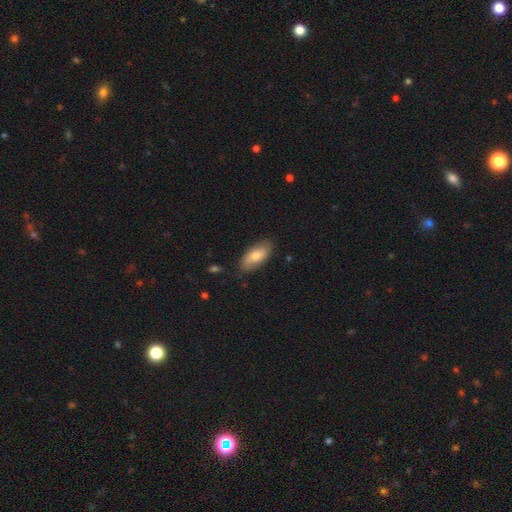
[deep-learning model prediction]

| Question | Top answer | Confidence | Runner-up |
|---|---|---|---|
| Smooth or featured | smooth | 75% | featured or disk (19%) |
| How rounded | in between | 88% | cigar-shaped (10%) |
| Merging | none | 82% | minor disturbance (14%) |